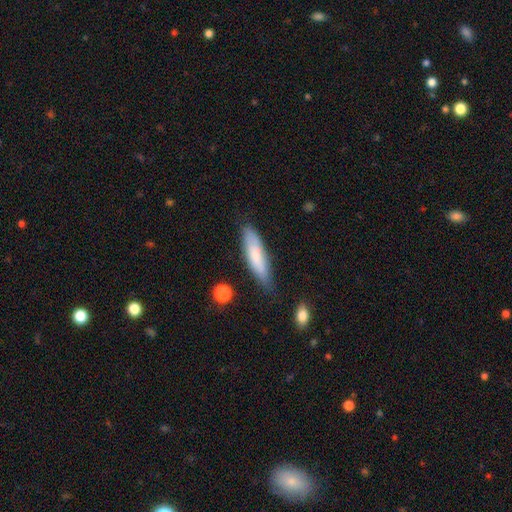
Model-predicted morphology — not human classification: The model was most divided on "how rounded": cigar-shaped: 71%, in between: 27%, round: 2%. More confident: merging — none (78%); smooth or featured — smooth (75%).